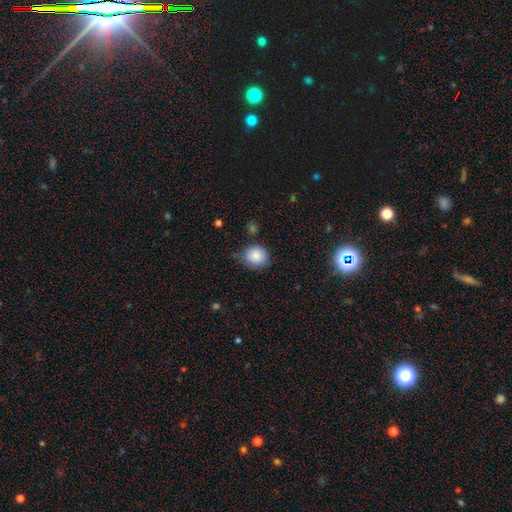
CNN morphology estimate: The model was most divided on "merging": none: 70%, minor disturbance: 23%, major disturbance: 4%, merger: 3%. More confident: smooth or featured — smooth (86%); how rounded — round (76%).